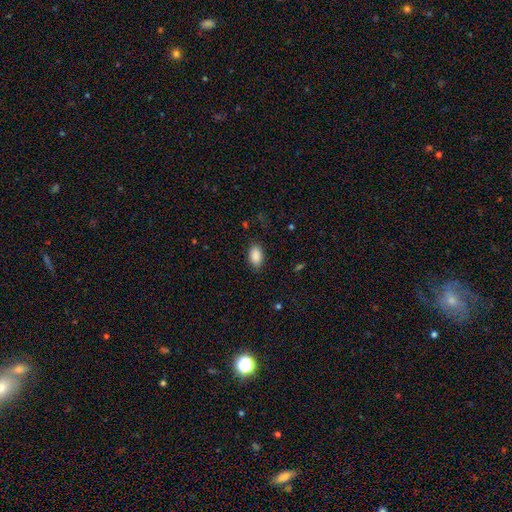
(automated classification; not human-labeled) A smooth galaxy with no disk features (89%) that is in between round and cigar-shaped (92%).

Vote fractions:
- Smooth or featured? smooth: 89% / star or artifact: 8% / featured or disk: 3%
- How rounded? in between: 92% / round: 7% / cigar-shaped: 2%
- Merging? none: 84% / minor disturbance: 12% / major disturbance: 3% / merger: 1%